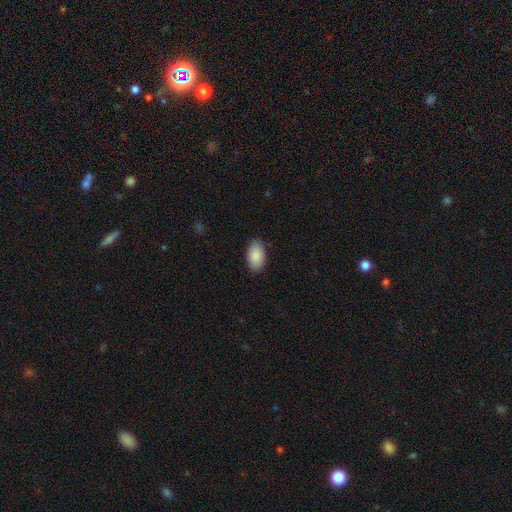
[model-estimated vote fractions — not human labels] A smooth galaxy with no disk features (89%) that is in between round and cigar-shaped (95%). Merging: none (86%).